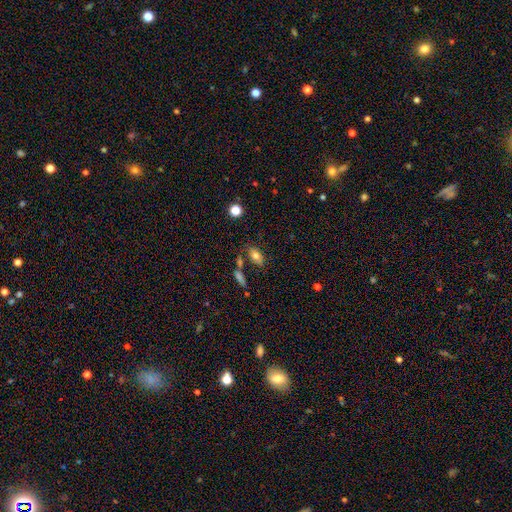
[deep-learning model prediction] Overall: smooth (77%). How rounded: in between (86%). Merging: none (67%).